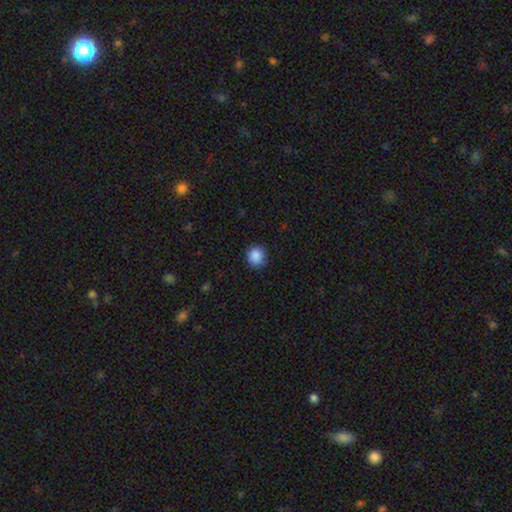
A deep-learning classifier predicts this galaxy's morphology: Overall: smooth (88%). How rounded: round (88%). Merging: none (87%).